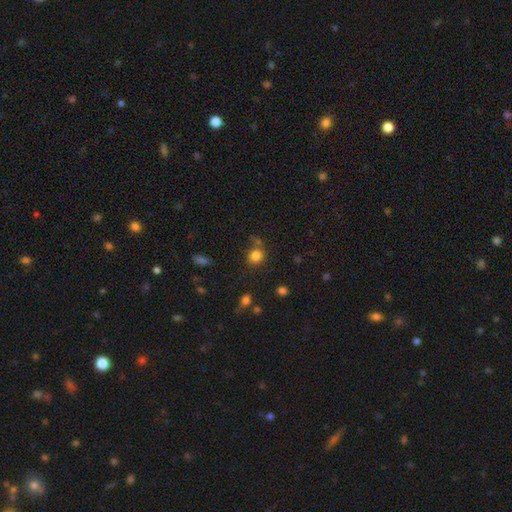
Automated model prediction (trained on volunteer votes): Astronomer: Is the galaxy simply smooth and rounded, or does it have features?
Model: smooth — 81%.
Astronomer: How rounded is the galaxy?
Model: round — 85%.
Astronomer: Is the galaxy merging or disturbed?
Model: none — 73%.